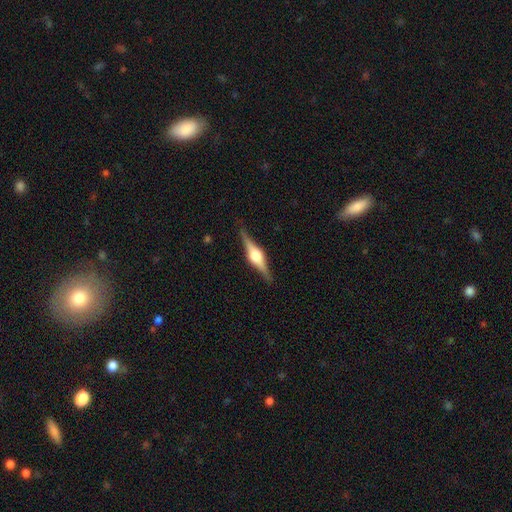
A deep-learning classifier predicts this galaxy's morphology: A featured or disk galaxy (82%) viewed edge-on (98%) with a rounded central bulge (91%).

Vote fractions:
- Smooth or featured? featured or disk: 82% / smooth: 12% / star or artifact: 5%
- Edge-on disk? yes: 98% / no: 2%
- Edge-on bulge? rounded: 91% / boxy: 8% / none: 1%
- Merging? none: 89% / minor disturbance: 9% / major disturbance: 2% / merger: 1%